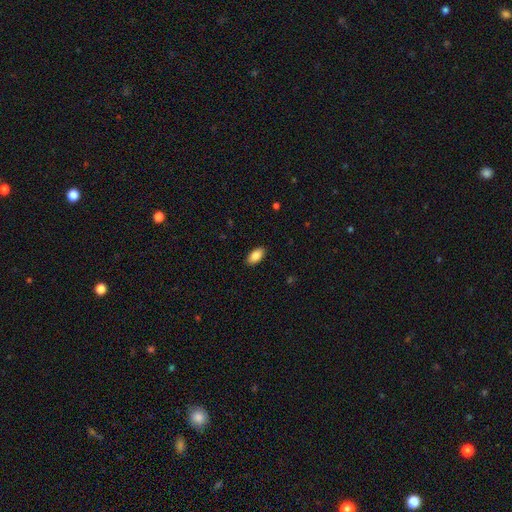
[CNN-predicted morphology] The model was most divided on "smooth or featured": smooth: 86%, featured or disk: 8%, star or artifact: 7%. More confident: how rounded — in between (93%); merging — none (89%).